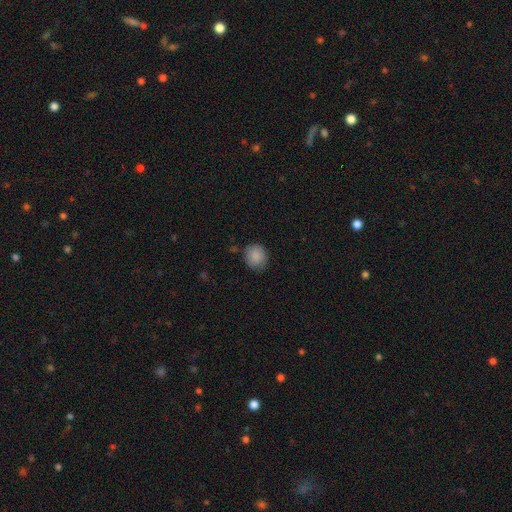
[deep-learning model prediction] This appears to be a smooth galaxy with no disk features (88%) that is round (76%). Merging: none (77%).